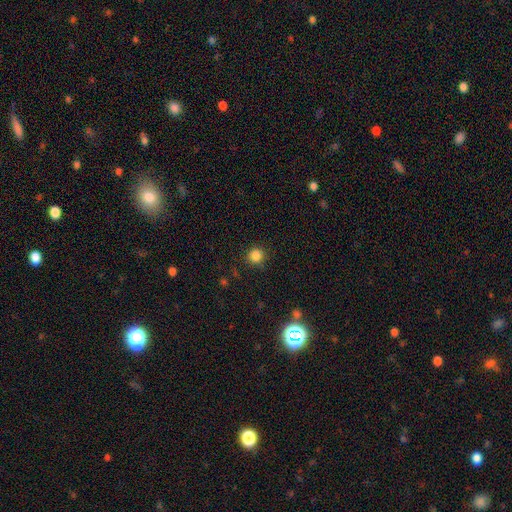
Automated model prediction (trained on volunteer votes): A smooth galaxy with no disk features (84%) that is round (92%). Merging: none (88%).